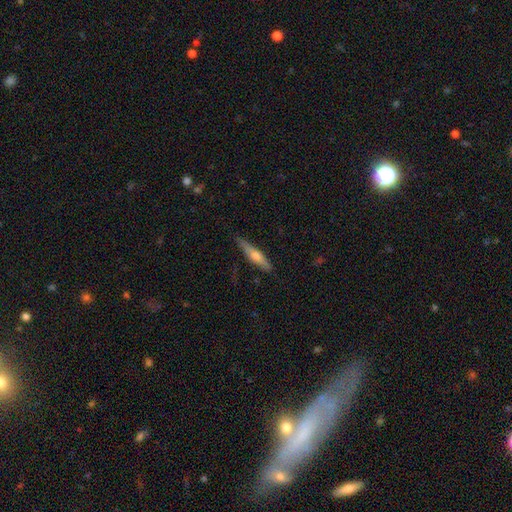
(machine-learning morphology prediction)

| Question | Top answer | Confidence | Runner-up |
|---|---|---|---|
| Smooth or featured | featured or disk | 59% | smooth (35%) |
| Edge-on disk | yes | 95% | no (5%) |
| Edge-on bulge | rounded | 90% | none (6%) |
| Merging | none | 85% | minor disturbance (12%) |